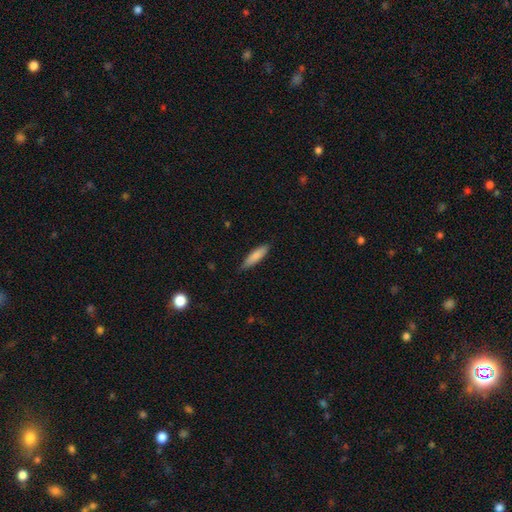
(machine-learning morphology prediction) smooth-or-featured: smooth: 83% | featured or disk: 11% | star or artifact: 6%
  how-rounded: cigar-shaped: 69% | in between: 29% | round: 1%
  merging: none: 82% | minor disturbance: 15% | major disturbance: 2% | merger: 1%